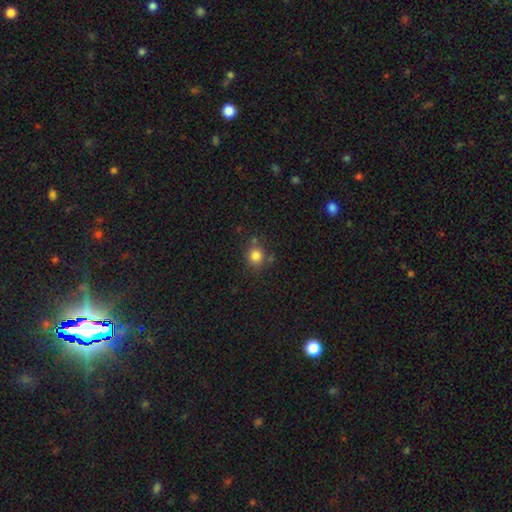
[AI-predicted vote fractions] Morphology: type=smooth (82%); roundness=round (87%); merging=none (75%).